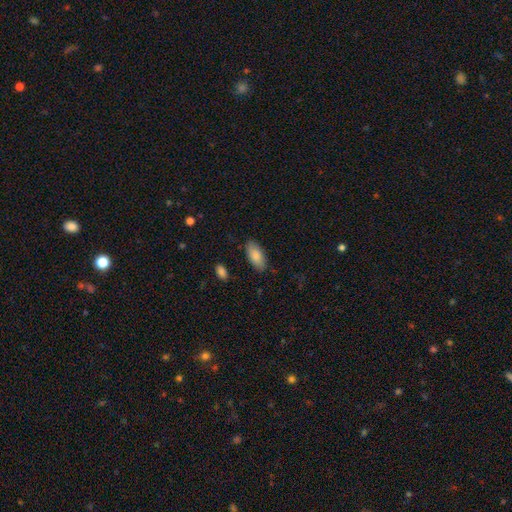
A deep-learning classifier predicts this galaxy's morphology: smooth_or_featured: smooth (p=0.85) [alt: featured or disk p=0.08]
how_rounded: in between (p=0.89) [alt: cigar-shaped p=0.09]
merging: none (p=0.84) [alt: minor disturbance p=0.12]